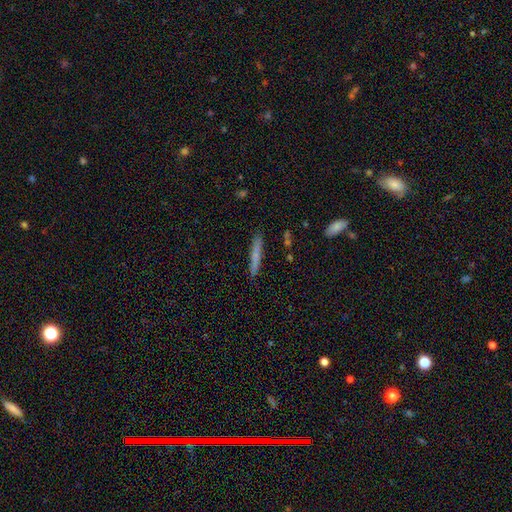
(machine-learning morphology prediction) This appears to be a smooth galaxy with no disk features (67%) that is cigar-shaped (95%). Merging: none (89%).